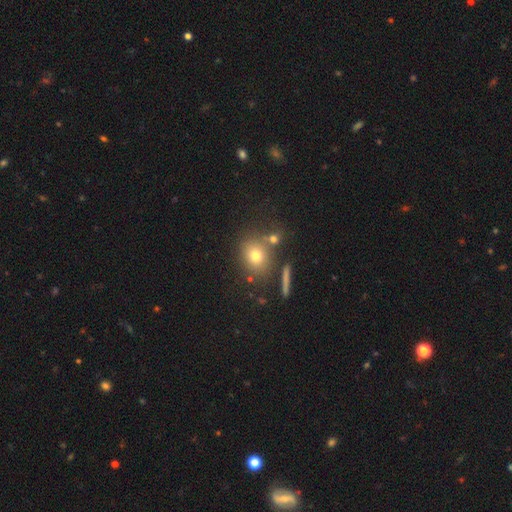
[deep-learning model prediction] The model was most divided on "how rounded": round: 64%, in between: 34%, cigar-shaped: 2%. More confident: smooth or featured — smooth (71%); merging — none (70%).